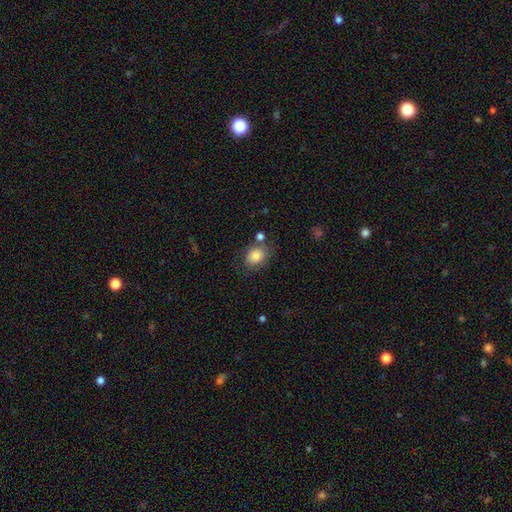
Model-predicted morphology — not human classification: smooth 82%, star or artifact 9%, featured or disk 9%. Down the decision tree: how rounded — round (51%); merging — none (70%).